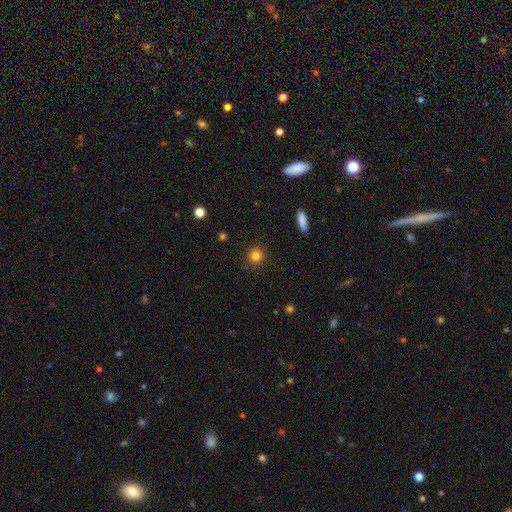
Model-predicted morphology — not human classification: A smooth galaxy with no disk features (82%) that is round (91%). Merging: none (90%).